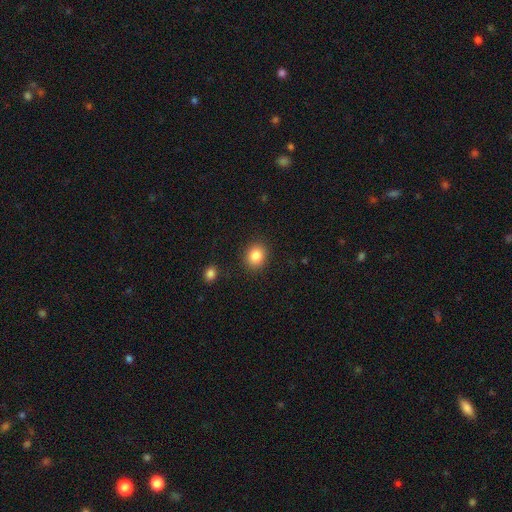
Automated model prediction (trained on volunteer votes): Overall: smooth (85%). How rounded: round (67%; in between 33%). Merging: none (88%).